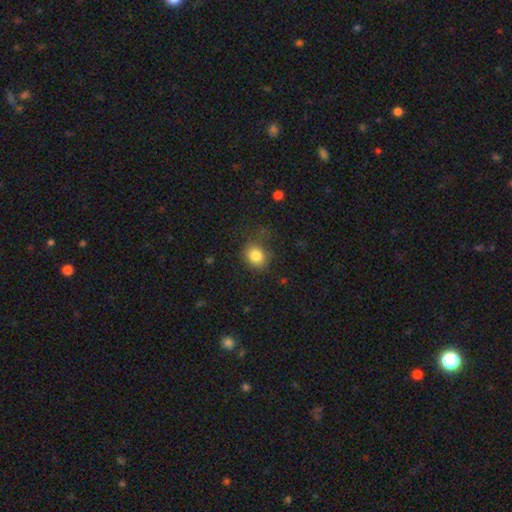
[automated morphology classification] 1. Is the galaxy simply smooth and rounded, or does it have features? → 83% smooth, 11% star or artifact, 7% featured or disk.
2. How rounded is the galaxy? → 74% round, 25% in between, 1% cigar-shaped.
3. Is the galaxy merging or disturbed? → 71% none, 19% minor disturbance, 8% major disturbance, 2% merger.